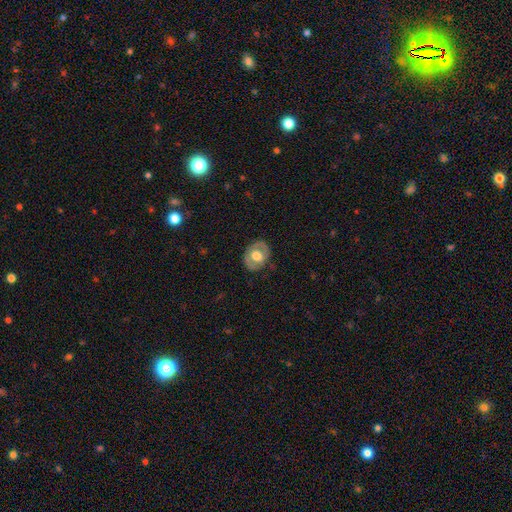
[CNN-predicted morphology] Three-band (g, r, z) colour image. It shows a smooth galaxy with no disk features (49%). Merging: none (79%).